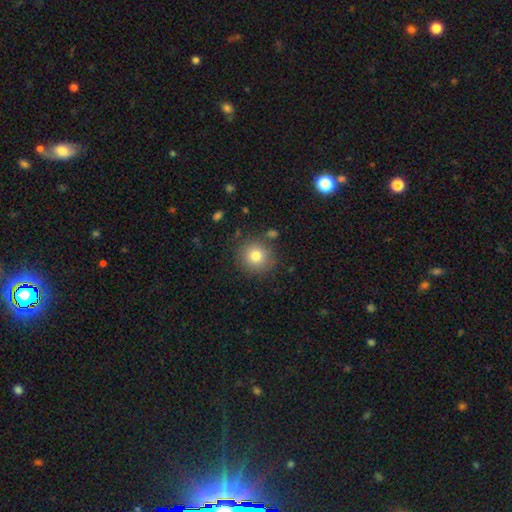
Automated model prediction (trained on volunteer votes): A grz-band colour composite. It shows a smooth galaxy with no disk features (79%) that is round (93%). Merging: none (85%).